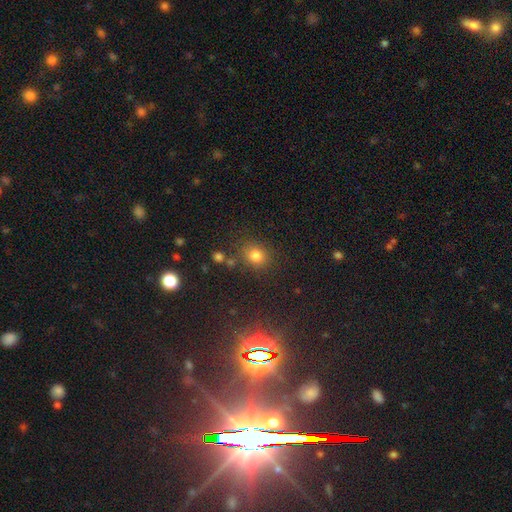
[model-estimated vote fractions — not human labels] Q: Smooth or featured?
A: smooth (78%); runner-up: star or artifact (16%)
Q: How rounded?
A: round (72%); runner-up: in between (27%)
Q: Merging?
A: none (78%); runner-up: minor disturbance (11%)